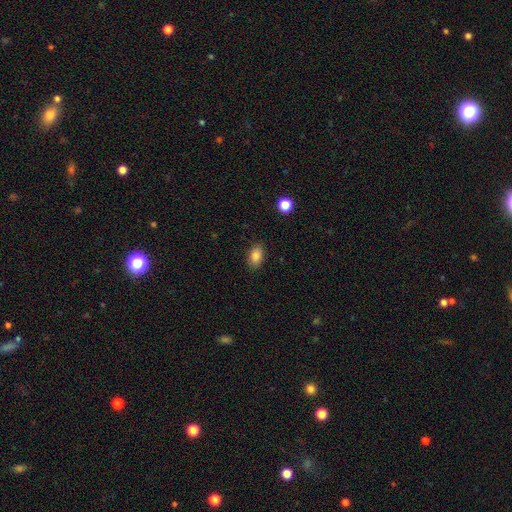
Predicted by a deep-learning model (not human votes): Smooth or featured?
  - smooth: 84% *
  - star or artifact: 9%
  - featured or disk: 7%
How rounded?
  - in between: 89% *
  - round: 9%
  - cigar-shaped: 2%
Merging?
  - none: 87% *
  - minor disturbance: 9%
  - major disturbance: 2%
  - merger: 1%